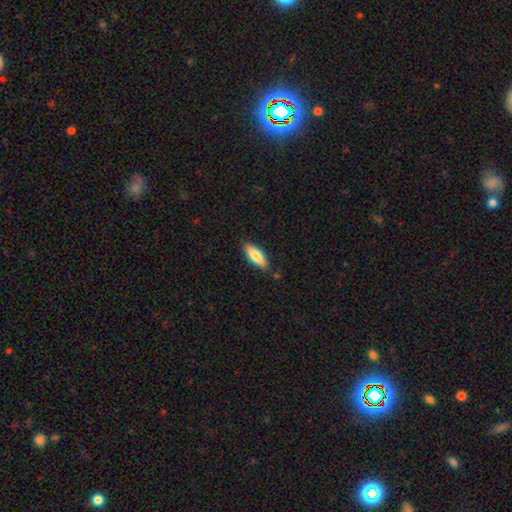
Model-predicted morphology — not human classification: Smooth or featured: smooth — 76% (featured or disk — 18%)
How rounded: in between — 61% (cigar-shaped — 38%)
Merging: none — 85% (minor disturbance — 11%)